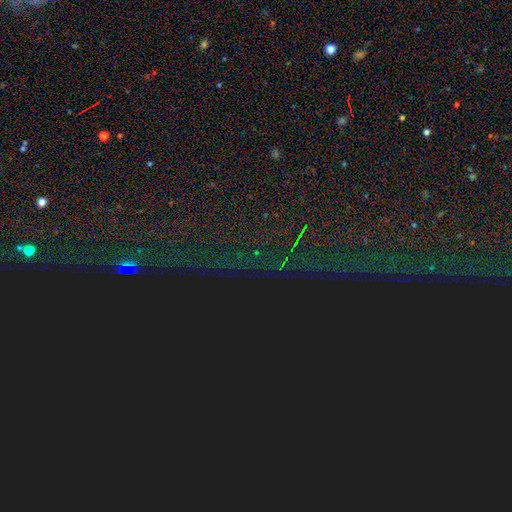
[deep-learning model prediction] smooth-or-featured: star or artifact: 85% | featured or disk: 8% | smooth: 8%